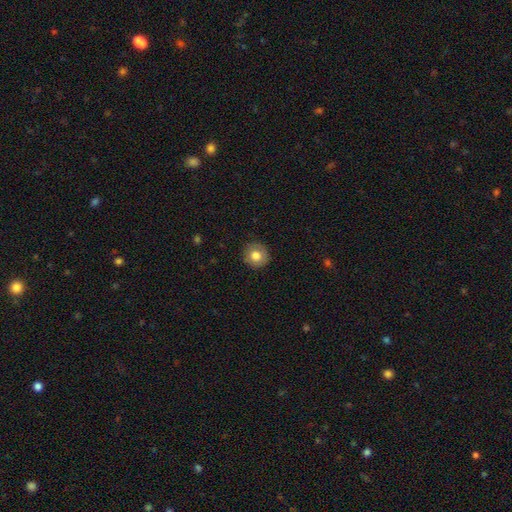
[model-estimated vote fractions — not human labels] smooth_or_featured: smooth (p=0.79) [alt: featured or disk p=0.12]
how_rounded: round (p=0.92) [alt: in between p=0.07]
merging: none (p=0.89) [alt: minor disturbance p=0.08]